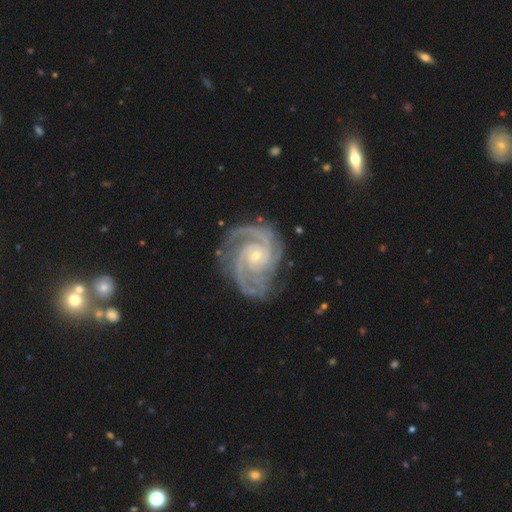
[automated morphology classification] type=featured or disk (94%); edge-on=no (98%); bar=no (70%); spiral arms=yes (99%); winding=tight (63%); arm count=2 (37%); bulge=small (77%); merging=none (75%).